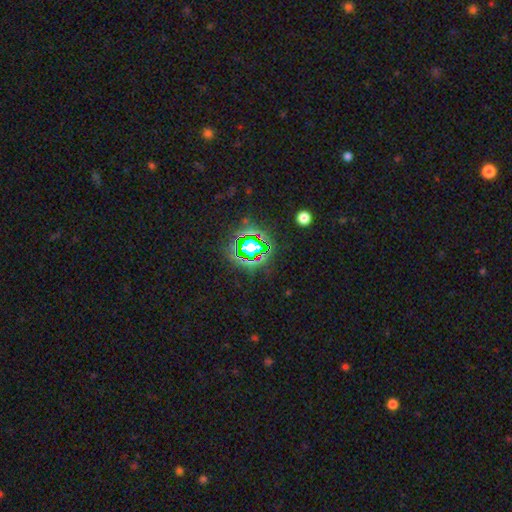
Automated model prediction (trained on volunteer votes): Smooth or featured? star or artifact (76%)